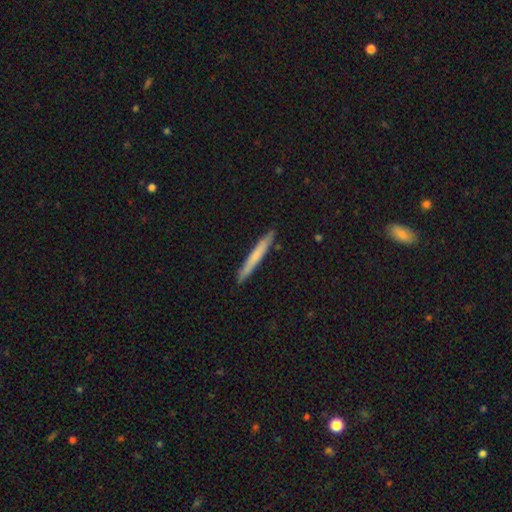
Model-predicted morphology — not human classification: A smooth galaxy with no disk features (62%) that is cigar-shaped (97%). Merging: none (90%).